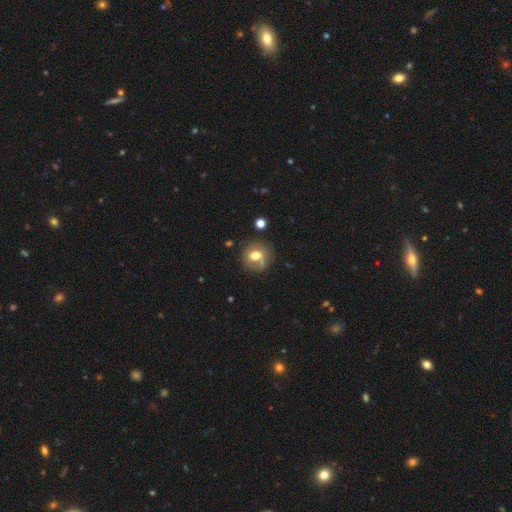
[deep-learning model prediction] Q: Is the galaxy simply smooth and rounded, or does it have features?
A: smooth — 62%.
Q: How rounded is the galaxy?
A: round — 75%.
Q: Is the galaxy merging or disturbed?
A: none — 59%.